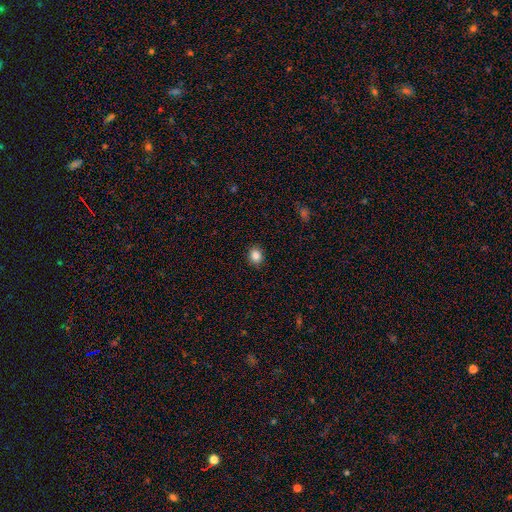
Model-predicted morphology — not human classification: The model was most divided on "how rounded": round: 68%, in between: 31%, cigar-shaped: 1%. More confident: merging — none (90%); smooth or featured — smooth (85%).